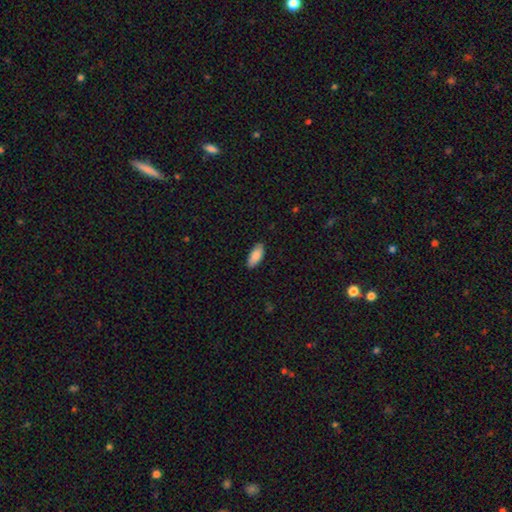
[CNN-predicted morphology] Smooth or featured? Predicted: smooth (p=0.88). How rounded? Predicted: in between (p=0.87). Merging? Predicted: none (p=0.87).